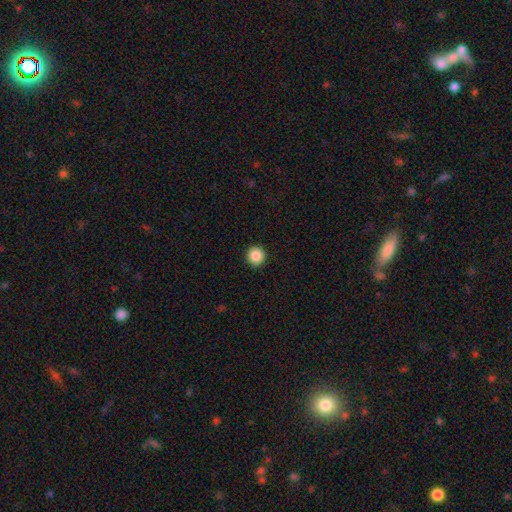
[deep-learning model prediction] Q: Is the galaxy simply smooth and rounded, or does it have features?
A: smooth — 88%.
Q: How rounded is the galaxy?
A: round — 95%.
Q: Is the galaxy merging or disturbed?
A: none — 92%.